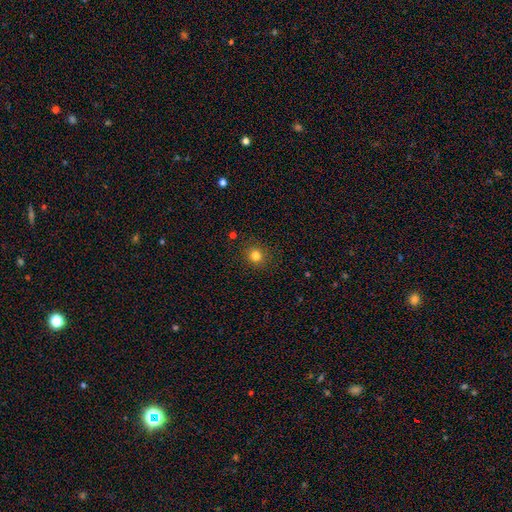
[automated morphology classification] smooth 81%, star or artifact 14%, featured or disk 6%. Down the decision tree: how rounded — round (89%); merging — none (90%).